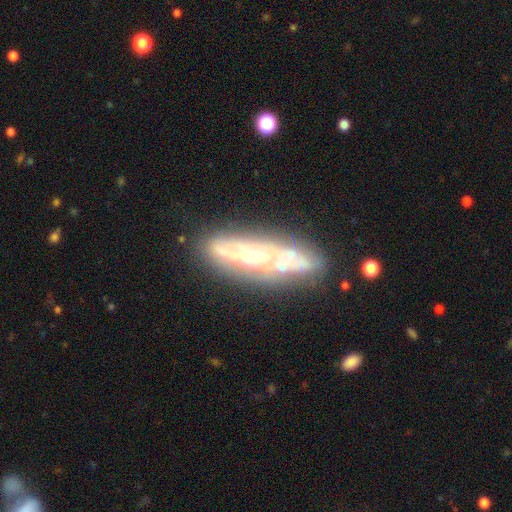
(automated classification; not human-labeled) Overall: featured or disk (69%). Edge-on disk: no (64%; yes 36%). Merging: none (65%).